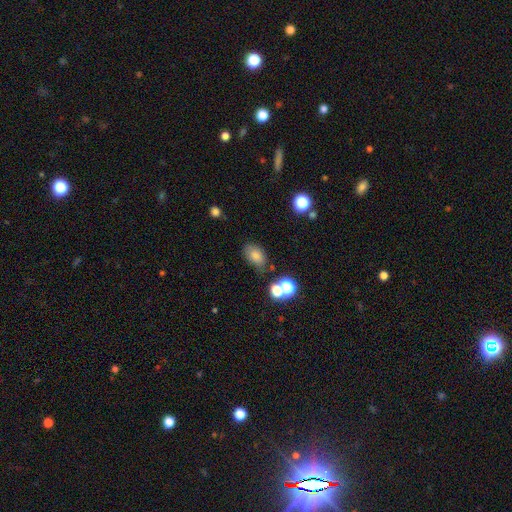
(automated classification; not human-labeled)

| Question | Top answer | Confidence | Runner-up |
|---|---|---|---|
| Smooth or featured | smooth | 77% | star or artifact (13%) |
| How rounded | in between | 85% | round (13%) |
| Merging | none | 68% | minor disturbance (19%) |